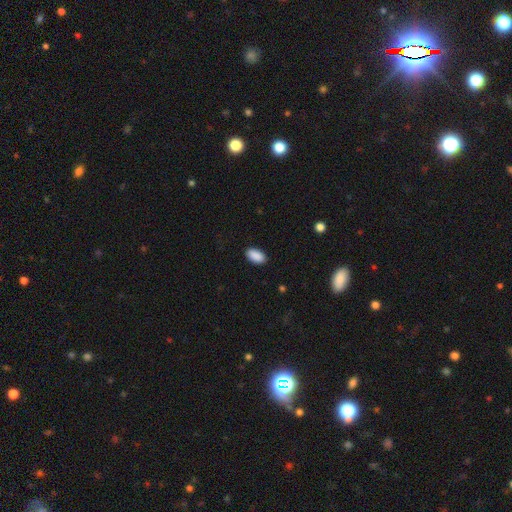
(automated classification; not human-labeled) Q: Smooth or featured?
A: smooth (91%); runner-up: star or artifact (7%)
Q: How rounded?
A: in between (94%); runner-up: round (3%)
Q: Merging?
A: none (89%); runner-up: minor disturbance (8%)